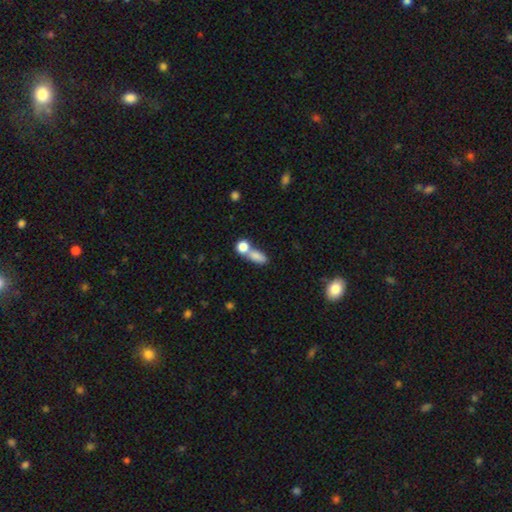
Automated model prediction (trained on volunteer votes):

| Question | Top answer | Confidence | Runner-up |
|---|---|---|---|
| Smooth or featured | smooth | 80% | featured or disk (10%) |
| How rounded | in between | 72% | round (19%) |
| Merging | merger | 52% | none (33%) |